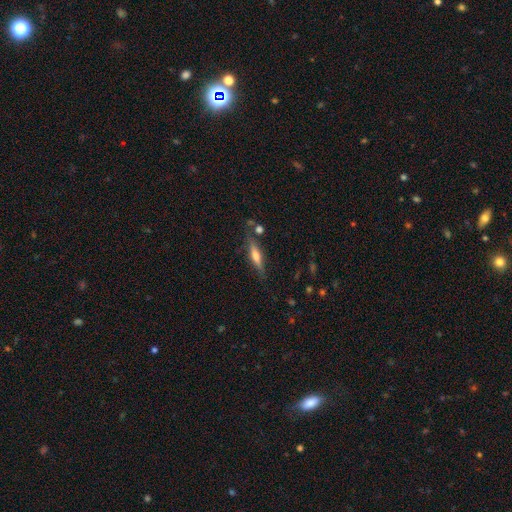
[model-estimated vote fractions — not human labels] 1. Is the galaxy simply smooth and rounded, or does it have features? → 50% featured or disk, 42% smooth, 8% star or artifact.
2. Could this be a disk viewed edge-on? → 92% yes, 8% no.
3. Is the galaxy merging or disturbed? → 76% none, 14% minor disturbance, 5% merger, 4% major disturbance.